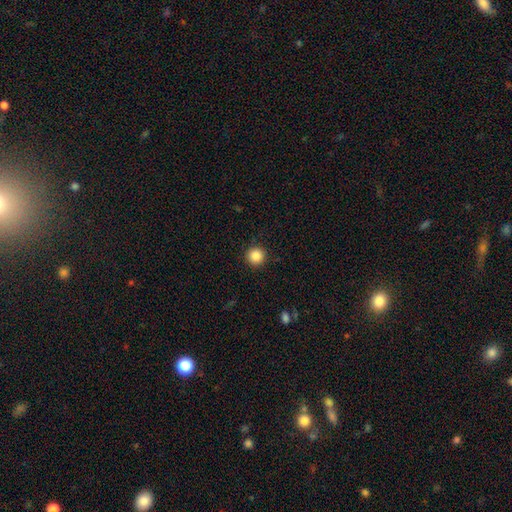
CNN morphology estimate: smooth-or-featured: smooth: 86% | star or artifact: 10% | featured or disk: 3%
  how-rounded: round: 96% | in between: 3% | cigar-shaped: 1%
  merging: none: 92% | minor disturbance: 5% | major disturbance: 2% | merger: 1%